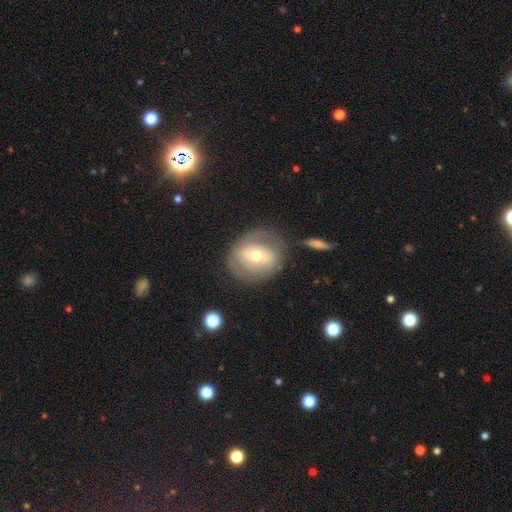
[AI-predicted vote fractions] This appears to be a featured or disk galaxy (51%). Merging: none (72%).